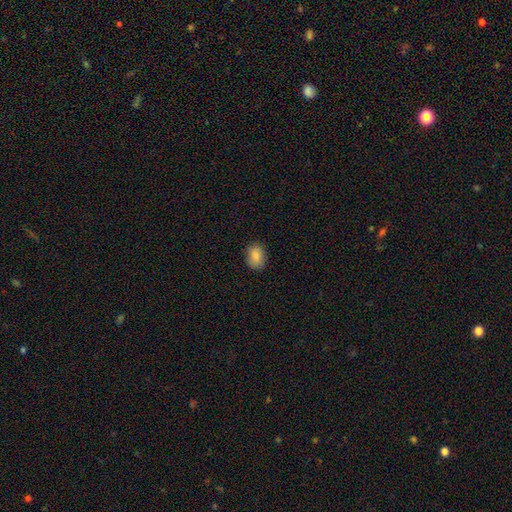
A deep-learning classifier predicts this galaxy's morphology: This appears to be a smooth galaxy with no disk features (85%) that is in between round and cigar-shaped (69%). Merging: none (84%).